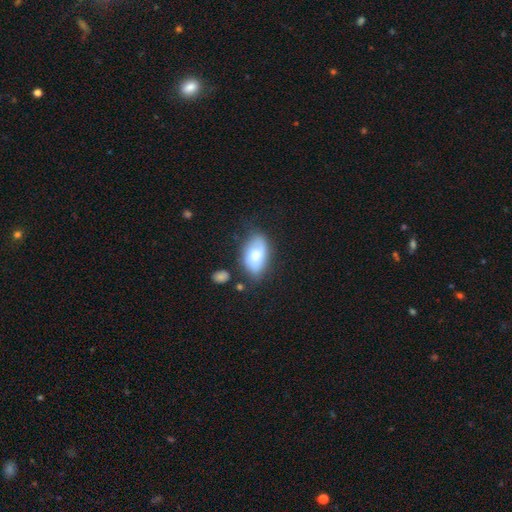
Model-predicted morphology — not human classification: Smooth or featured? smooth (63%)
How rounded? in between (92%)
Merging? none (62%)